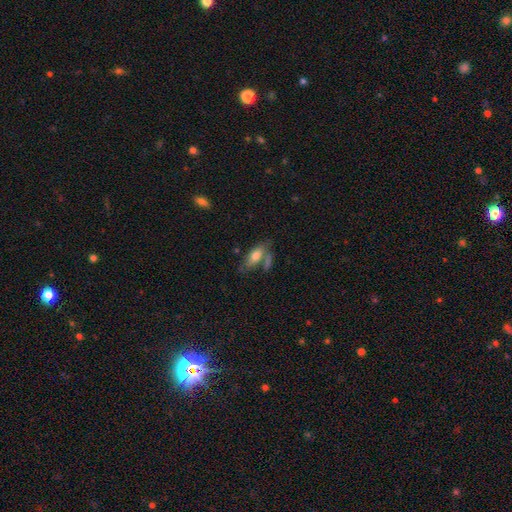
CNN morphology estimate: Smooth or featured? Predicted: smooth (p=0.68). How rounded? Predicted: in between (p=0.78). Merging? Predicted: none (p=0.50).